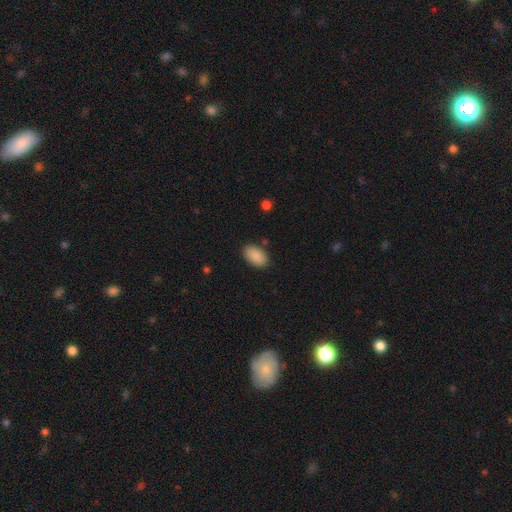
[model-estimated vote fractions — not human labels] Overall: smooth (90%). How rounded: in between (94%). Merging: none (86%).